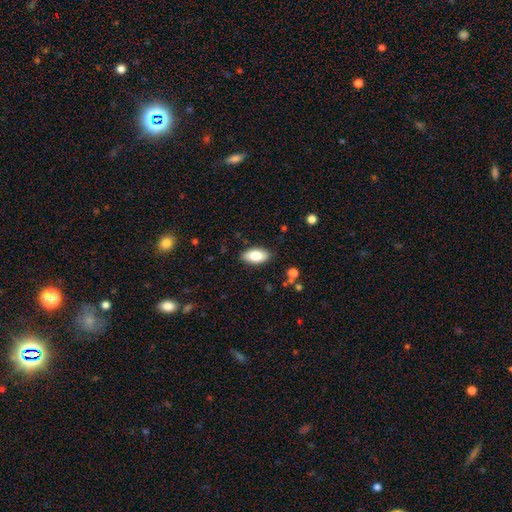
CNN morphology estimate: This appears to be a smooth galaxy with no disk features (81%) that is in between round and cigar-shaped (92%). Merging: none (86%).